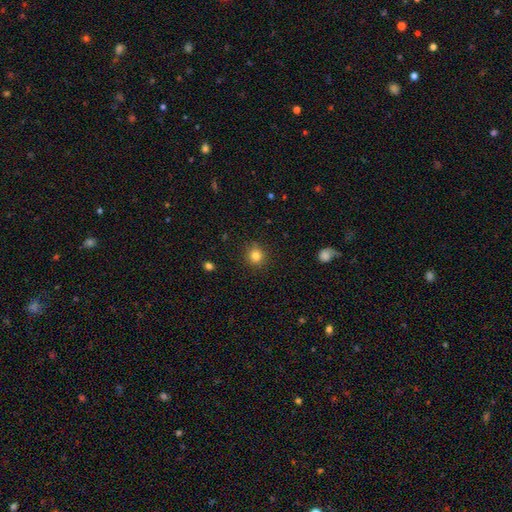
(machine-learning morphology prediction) Smooth or featured? Predicted: smooth (p=0.82). How rounded? Predicted: round (p=0.91). Merging? Predicted: none (p=0.88).